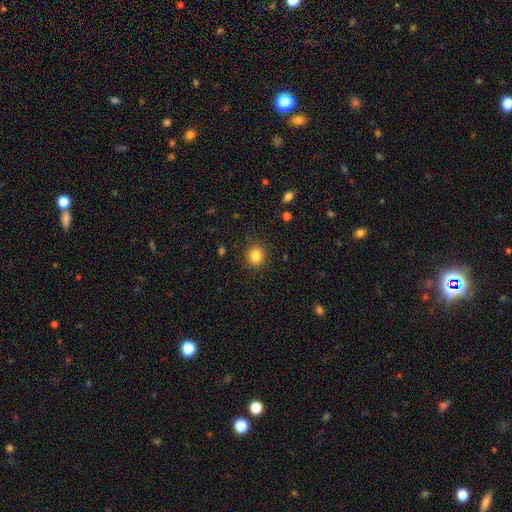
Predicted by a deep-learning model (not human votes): Smooth or featured? Predicted: smooth (p=0.83). How rounded? Predicted: round (p=0.84). Merging? Predicted: none (p=0.89).